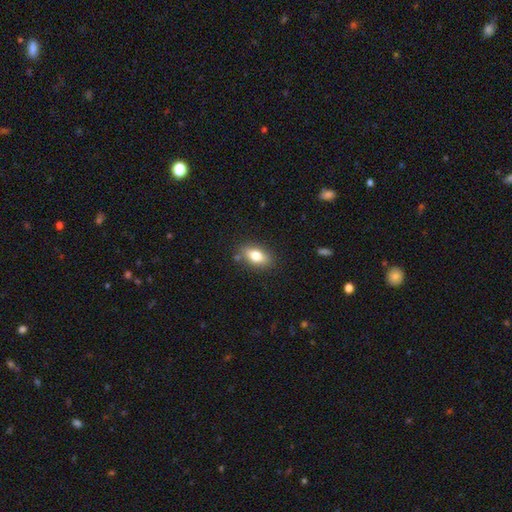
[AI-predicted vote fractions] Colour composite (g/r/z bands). It shows a smooth galaxy with no disk features (77%) that is in between round and cigar-shaped (85%). Merging: none (82%).